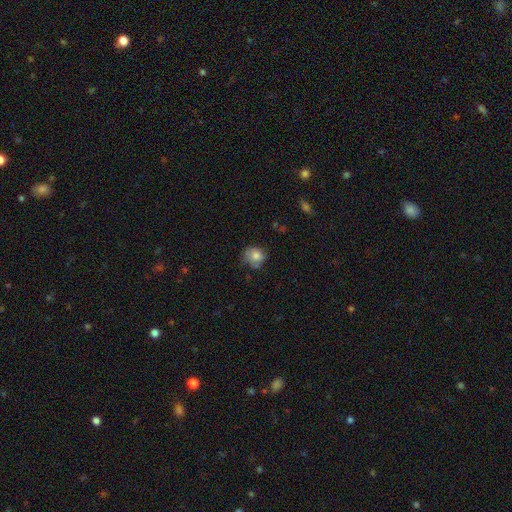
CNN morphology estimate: The model was most divided on "merging": none: 58%, minor disturbance: 30%, major disturbance: 9%, merger: 3%. More confident: smooth or featured — smooth (78%); how rounded — round (76%).